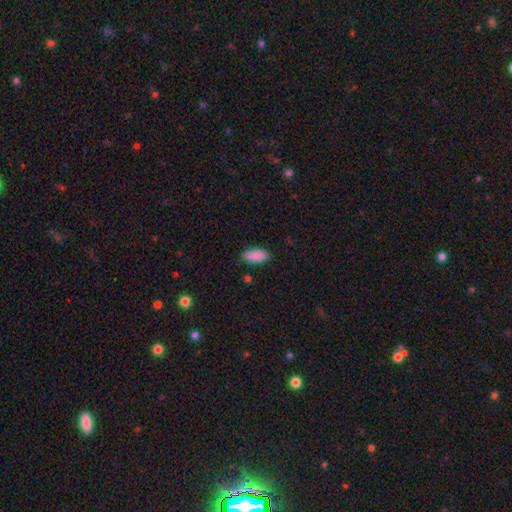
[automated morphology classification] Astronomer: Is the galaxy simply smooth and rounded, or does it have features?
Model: smooth — 90%.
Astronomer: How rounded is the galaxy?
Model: in between — 91%.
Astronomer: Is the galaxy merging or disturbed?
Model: none — 86%.